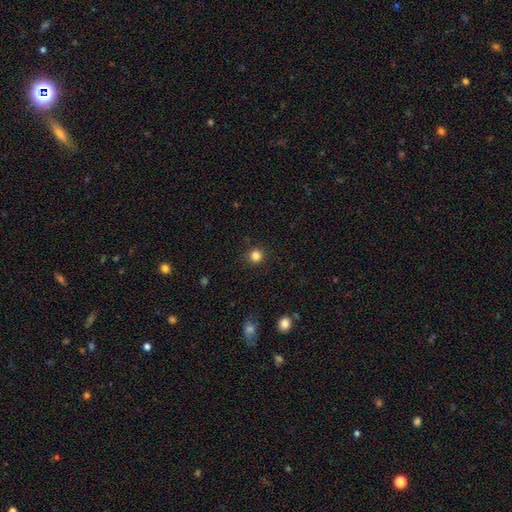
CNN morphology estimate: smooth_or_featured: smooth (p=0.84) [alt: star or artifact p=0.12]
how_rounded: round (p=0.94) [alt: in between p=0.05]
merging: none (p=0.90) [alt: minor disturbance p=0.07]